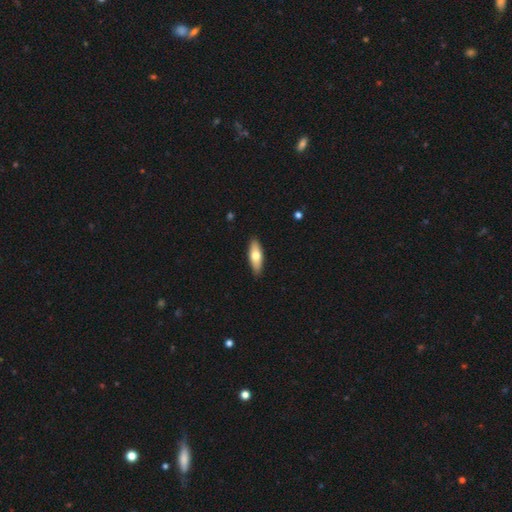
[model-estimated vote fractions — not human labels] This appears to be a smooth galaxy with no disk features (65%) that is in between round and cigar-shaped (59%). Merging: none (90%).